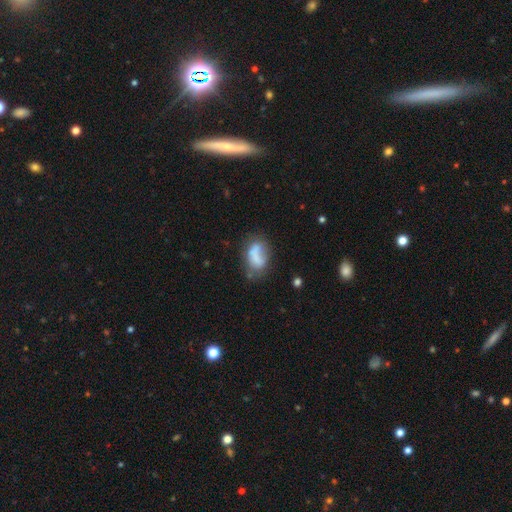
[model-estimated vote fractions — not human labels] The model was most divided on "merging": none: 39%, minor disturbance: 27%, major disturbance: 21%, merger: 13%. More confident: how rounded — in between (83%); smooth or featured — smooth (62%).